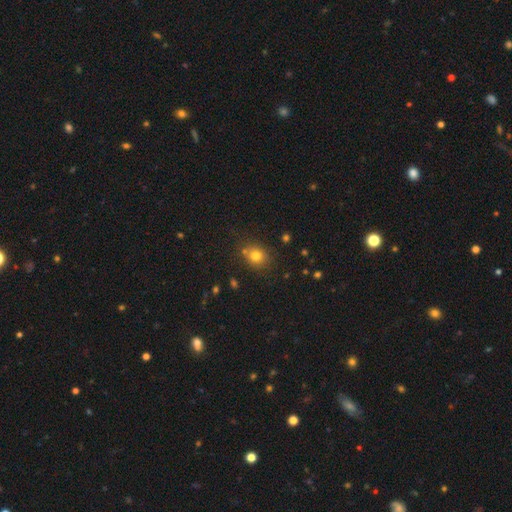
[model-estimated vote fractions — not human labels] Q: Smooth or featured?
A: smooth (78%); runner-up: star or artifact (14%)
Q: How rounded?
A: round (72%); runner-up: in between (27%)
Q: Merging?
A: none (73%); runner-up: minor disturbance (13%)